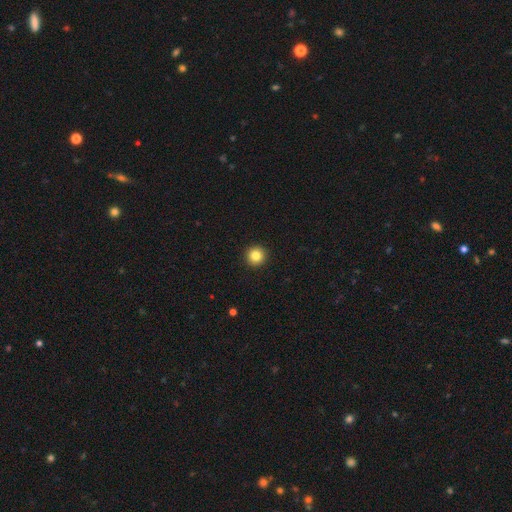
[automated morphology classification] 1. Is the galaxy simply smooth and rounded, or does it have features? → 84% smooth, 11% star or artifact, 5% featured or disk.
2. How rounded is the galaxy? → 96% round, 3% in between, 1% cigar-shaped.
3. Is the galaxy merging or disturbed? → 94% none, 4% minor disturbance, 1% major disturbance, 1% merger.